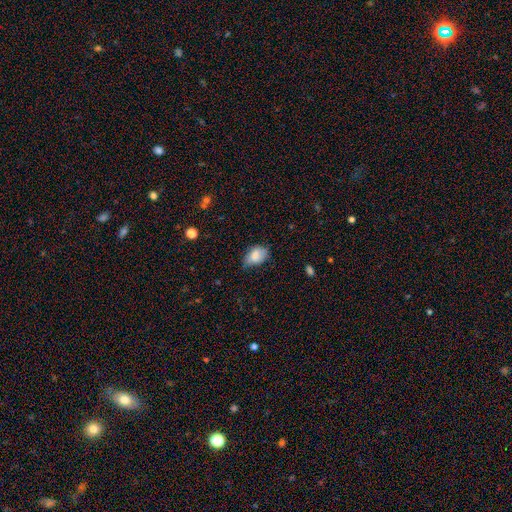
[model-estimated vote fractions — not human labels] This is likely a smooth galaxy (79%). How rounded: clearly in between (86%). Merging: possibly none (52%).